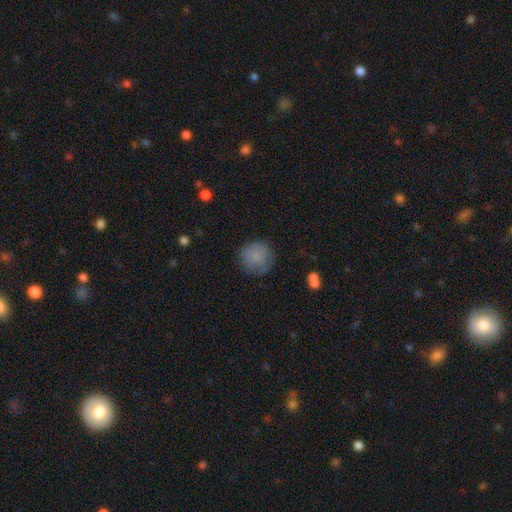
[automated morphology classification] Smooth or featured: smooth — 80% (featured or disk — 11%)
How rounded: round — 91% (in between — 8%)
Merging: none — 73% (minor disturbance — 19%)